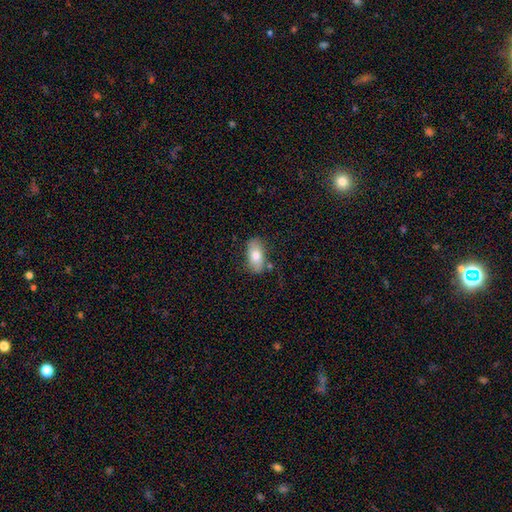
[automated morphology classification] smooth-or-featured: smooth: 76% | featured or disk: 17% | star or artifact: 6%
  how-rounded: in between: 91% | cigar-shaped: 6% | round: 4%
  merging: none: 74% | minor disturbance: 17% | merger: 5% | major disturbance: 4%